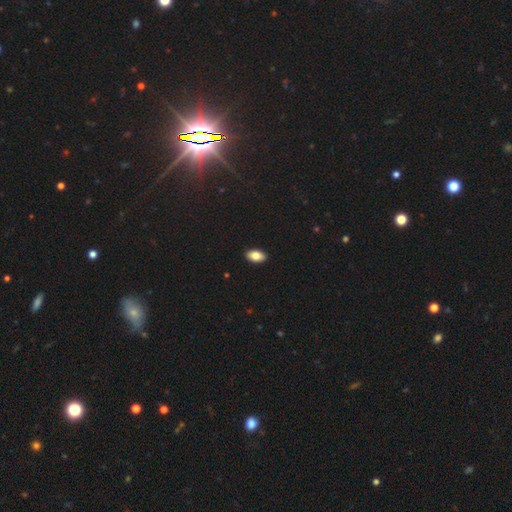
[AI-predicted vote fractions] The model was most divided on "smooth or featured": smooth: 81%, featured or disk: 12%, star or artifact: 7%. More confident: how rounded — in between (93%); merging — none (91%).